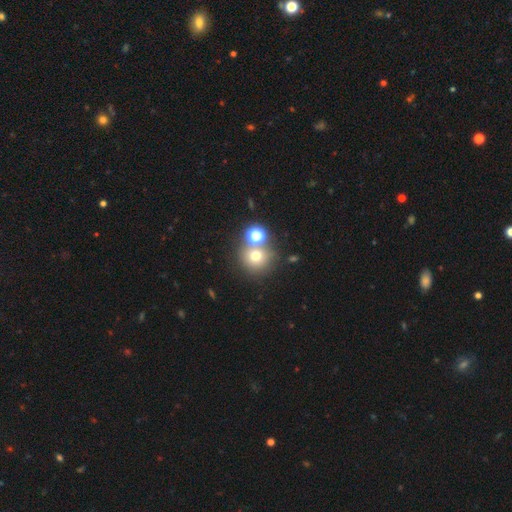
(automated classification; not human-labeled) A smooth galaxy with no disk features (68%) that is round (91%).

Vote fractions:
- Smooth or featured? smooth: 68% / star or artifact: 20% / featured or disk: 12%
- How rounded? round: 91% / in between: 9% / cigar-shaped: 1%
- Merging? none: 64% / merger: 24% / minor disturbance: 8% / major disturbance: 4%